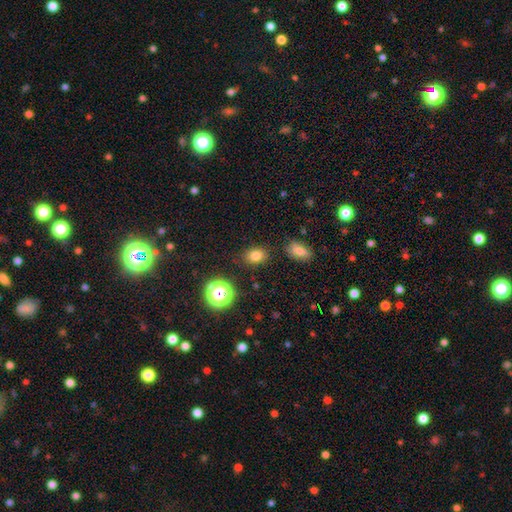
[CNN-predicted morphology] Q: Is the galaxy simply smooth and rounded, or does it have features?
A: smooth — 79%.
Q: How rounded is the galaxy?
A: in between — 66%.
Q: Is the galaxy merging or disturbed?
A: none — 84%.